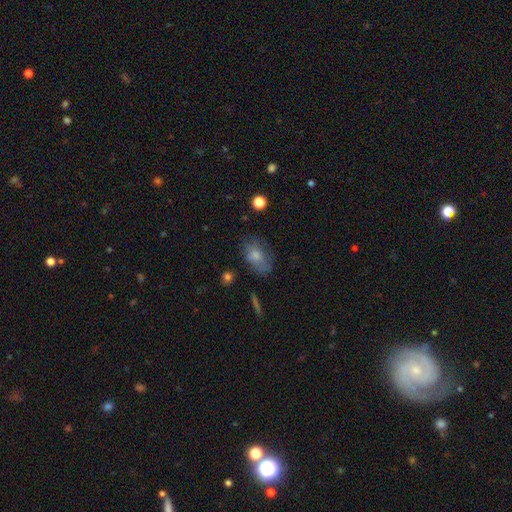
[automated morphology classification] Overall: smooth (71%). How rounded: in between (85%). Merging: none (59%; minor disturbance 25%).